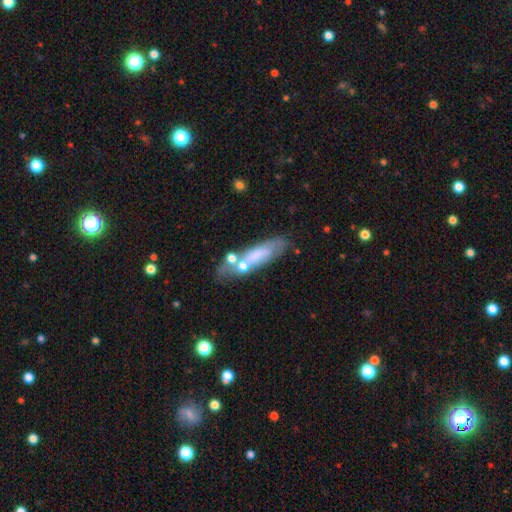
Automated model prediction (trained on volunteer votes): Morphology: type=smooth (57%); roundness=cigar-shaped (59%); merging=none (56%).